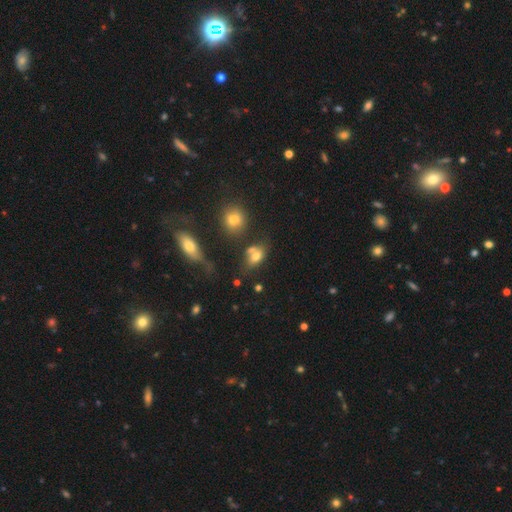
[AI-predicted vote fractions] Overall: smooth (70%). How rounded: in between (79%). Merging: none (44%; merger 30%).